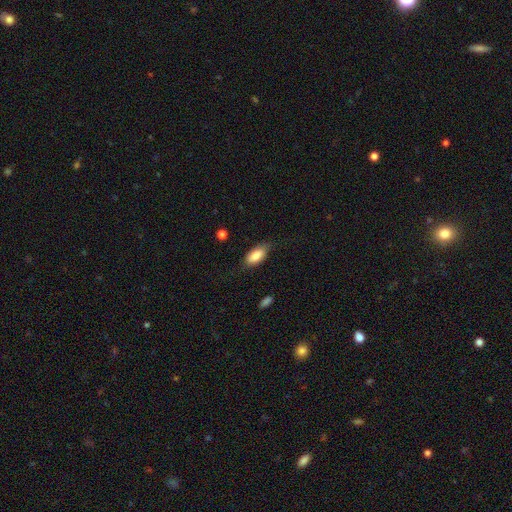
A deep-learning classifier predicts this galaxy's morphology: This appears to be a smooth galaxy with no disk features (82%) that is in between round and cigar-shaped (88%). Merging: none (71%).